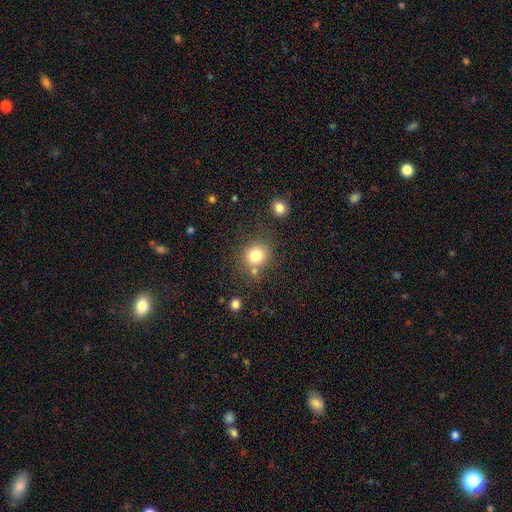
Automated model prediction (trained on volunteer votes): smooth_or_featured: smooth (p=0.80) [alt: star or artifact p=0.12]
how_rounded: round (p=0.86) [alt: in between p=0.13]
merging: none (p=0.72) [alt: merger p=0.13]